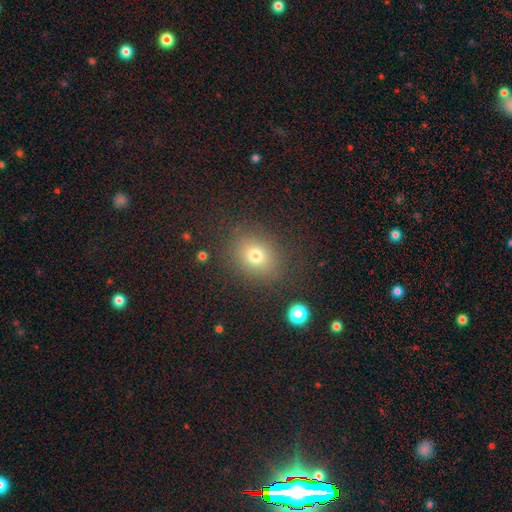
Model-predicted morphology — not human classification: This appears to be a smooth galaxy with no disk features (74%) that is round (56%). Merging: none (83%).